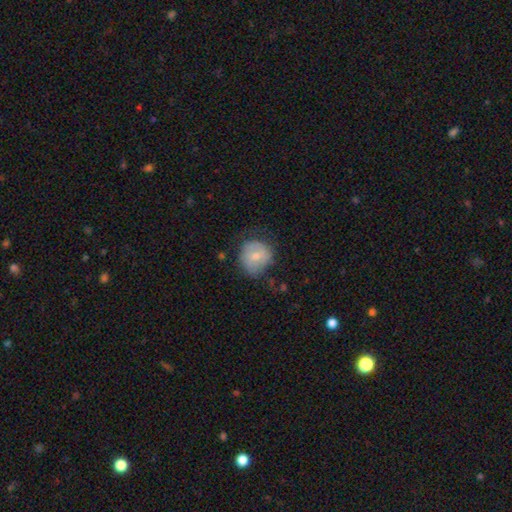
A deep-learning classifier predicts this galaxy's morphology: Smooth or featured: smooth — 68% (featured or disk — 25%)
How rounded: round — 84% (in between — 16%)
Merging: none — 60% (minor disturbance — 28%)